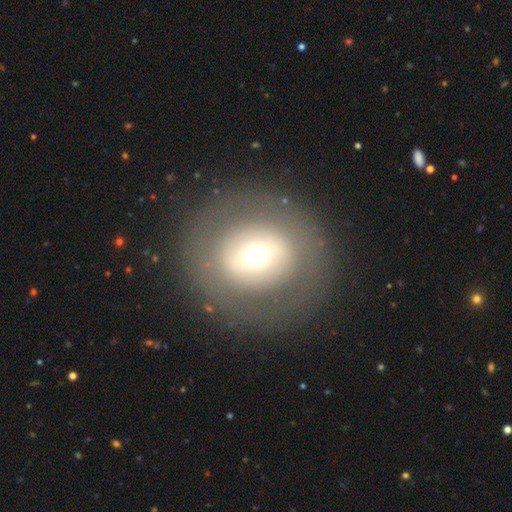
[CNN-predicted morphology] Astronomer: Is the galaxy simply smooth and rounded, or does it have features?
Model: smooth — 53% (runner-up: featured or disk, 37%).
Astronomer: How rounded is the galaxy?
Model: round — 88%.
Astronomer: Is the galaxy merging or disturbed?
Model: none — 85%.